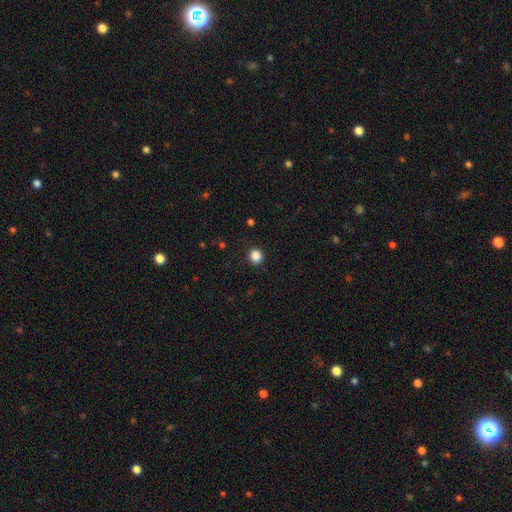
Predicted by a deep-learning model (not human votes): A smooth galaxy with no disk features (87%) that is round (85%).

Vote fractions:
- Smooth or featured? smooth: 87% / star or artifact: 11% / featured or disk: 3%
- How rounded? round: 85% / in between: 14% / cigar-shaped: 1%
- Merging? none: 90% / minor disturbance: 7% / major disturbance: 2% / merger: 1%